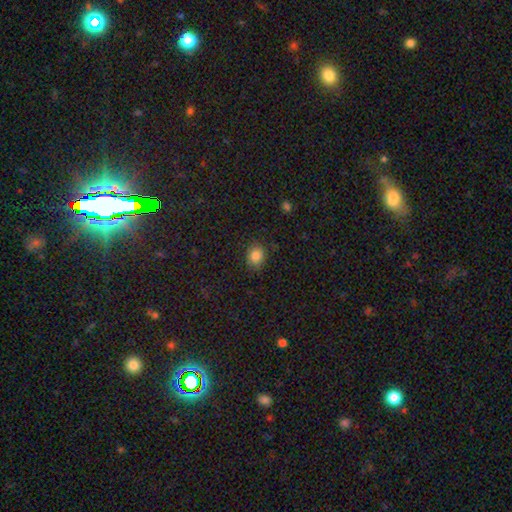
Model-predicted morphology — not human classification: Overall: smooth (85%). How rounded: round (57%; in between 42%). Merging: none (86%).